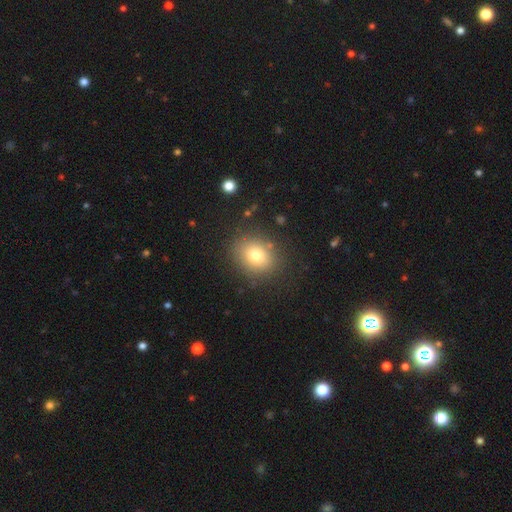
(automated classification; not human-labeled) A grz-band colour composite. It shows a smooth galaxy with no disk features (78%) that is round (55%). Merging: none (84%).